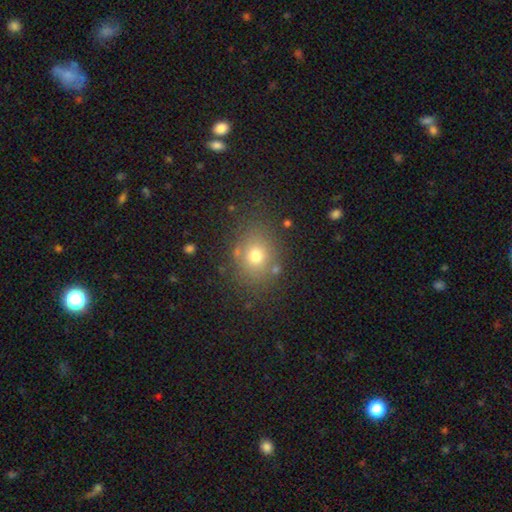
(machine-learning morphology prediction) A smooth galaxy with no disk features (67%) that is round (61%).

Vote fractions:
- Smooth or featured? smooth: 67% / star or artifact: 22% / featured or disk: 11%
- How rounded? round: 61% / in between: 38% / cigar-shaped: 1%
- Merging? none: 84% / minor disturbance: 10% / merger: 3% / major disturbance: 3%